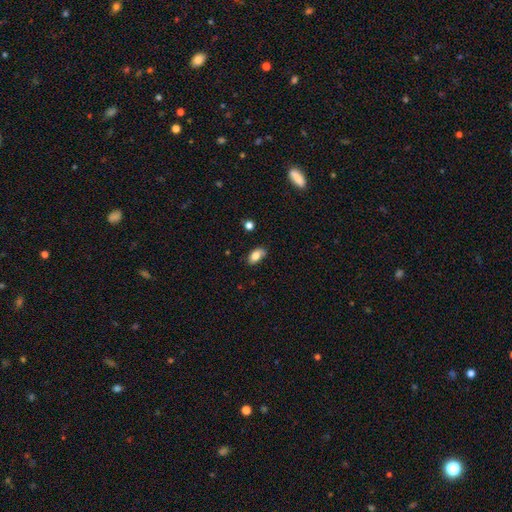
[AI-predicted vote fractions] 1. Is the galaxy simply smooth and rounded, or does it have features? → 83% smooth, 10% featured or disk, 8% star or artifact.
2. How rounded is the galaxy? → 92% in between, 5% round, 4% cigar-shaped.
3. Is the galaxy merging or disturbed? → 75% none, 19% minor disturbance, 3% major disturbance, 2% merger.